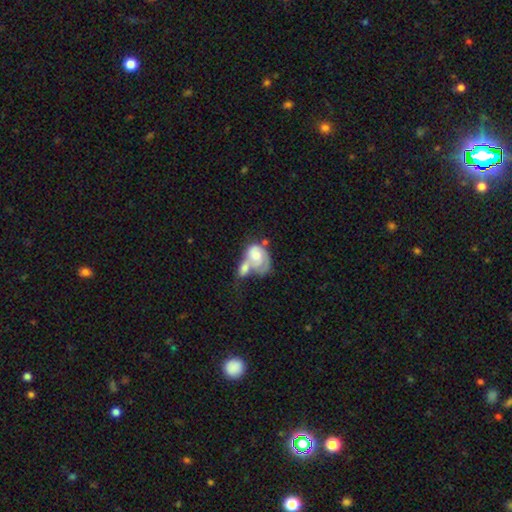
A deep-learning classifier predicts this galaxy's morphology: smooth-or-featured: smooth: 48% | featured or disk: 46% | star or artifact: 6%
  merging: merger: 65% | major disturbance: 15% | none: 11% | minor disturbance: 9%